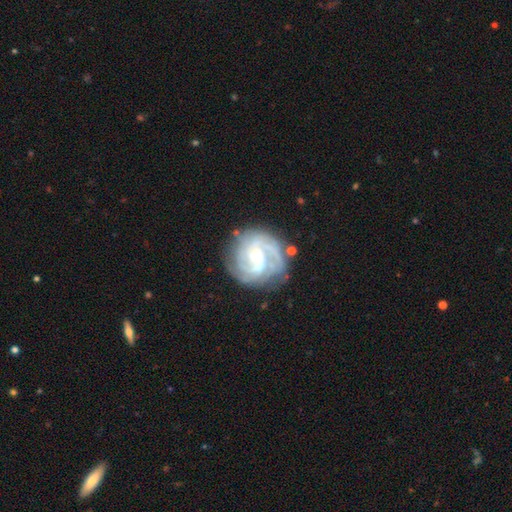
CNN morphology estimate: Smooth or featured? Predicted: featured or disk (p=0.89). Edge-on disk? Predicted: no (p=0.98). Bar? Predicted: no (p=0.52). Spiral arms? Predicted: yes (p=0.98). Spiral winding? Predicted: tight (p=0.65). Spiral arm count? Predicted: 3 (p=0.34). Bulge size? Predicted: small (p=0.60). Merging? Predicted: none (p=0.77).